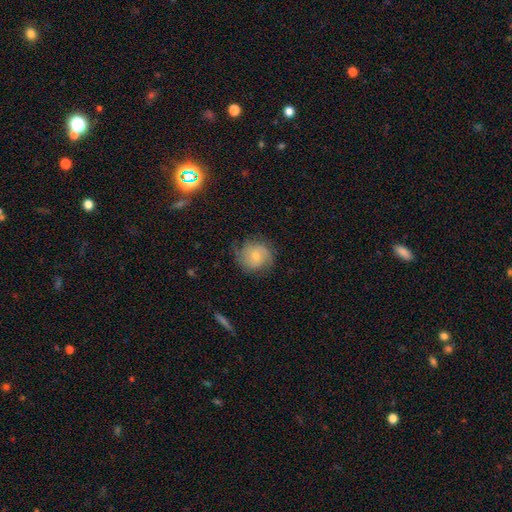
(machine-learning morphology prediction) Smooth or featured?
  - featured or disk: 46% * (tied)
  - smooth: 46% * (tied)
  - star or artifact: 8%
Merging?
  - none: 70% *
  - minor disturbance: 20%
  - major disturbance: 9%
  - merger: 1%